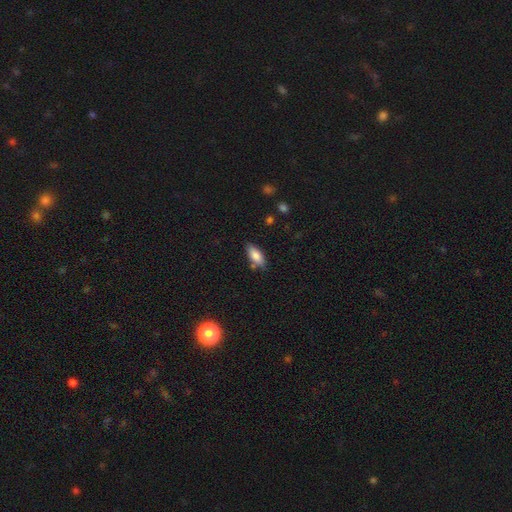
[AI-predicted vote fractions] This appears to be a smooth galaxy with no disk features (82%) that is in between round and cigar-shaped (80%). Merging: none (74%).